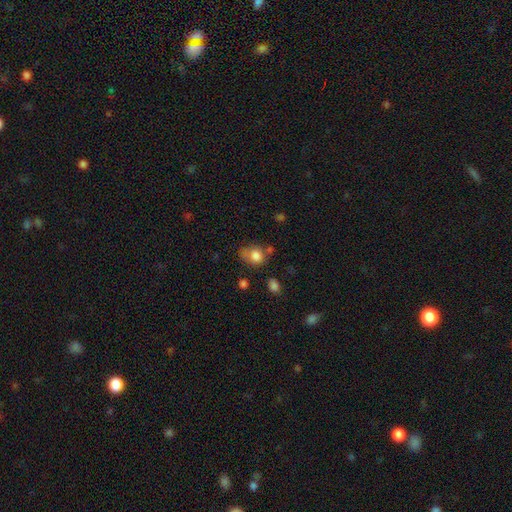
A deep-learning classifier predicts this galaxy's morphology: Overall: smooth (79%). How rounded: round (56%; in between 43%). Merging: none (48%; minor disturbance 27%).